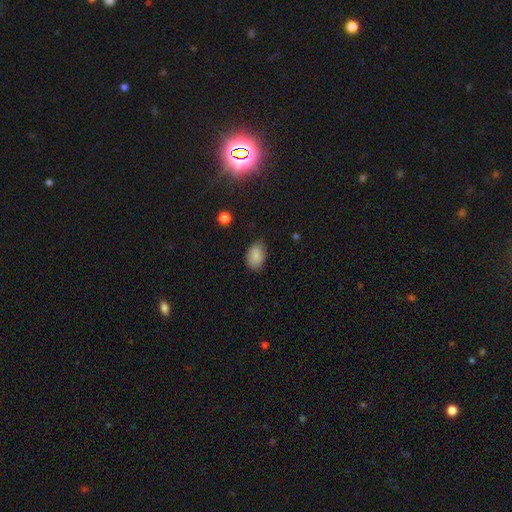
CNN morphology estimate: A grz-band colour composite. It shows a smooth galaxy with no disk features (86%) that is in between round and cigar-shaped (84%). Merging: none (76%).